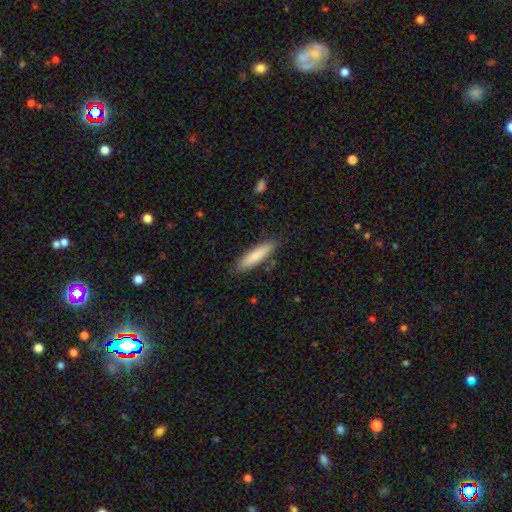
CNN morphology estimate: smooth_or_featured: smooth (p=0.82) [alt: featured or disk p=0.13]
how_rounded: cigar-shaped (p=0.75) [alt: in between p=0.24]
merging: none (p=0.84) [alt: minor disturbance p=0.12]